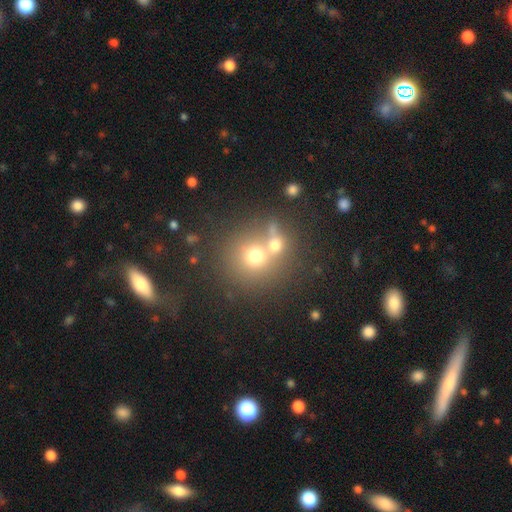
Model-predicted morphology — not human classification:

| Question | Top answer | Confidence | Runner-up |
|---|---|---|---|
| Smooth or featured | smooth | 64% | featured or disk (19%) |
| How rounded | round | 85% | in between (14%) |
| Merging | merger | 46% | none (41%) |